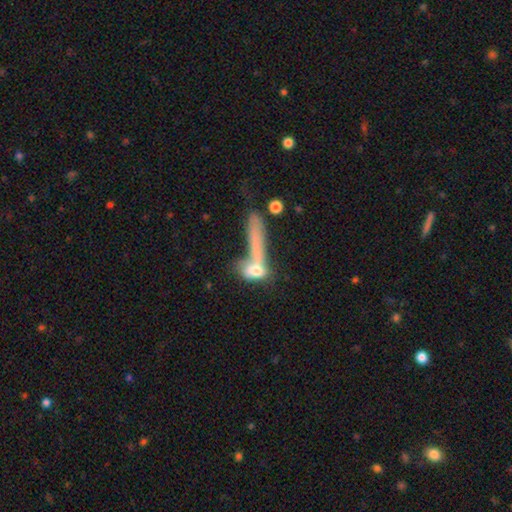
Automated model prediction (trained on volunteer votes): smooth-or-featured: smooth: 52% | featured or disk: 34% | star or artifact: 14%
  how-rounded: cigar-shaped: 56% | in between: 28% | round: 16%
  merging: merger: 38% | none: 28% | major disturbance: 22% | minor disturbance: 12%